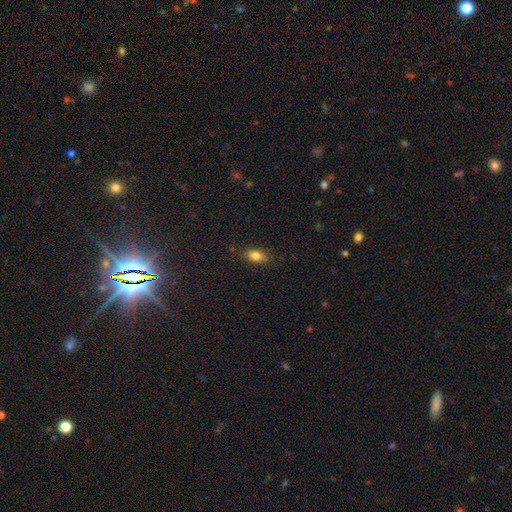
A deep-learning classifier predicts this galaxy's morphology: Smooth or featured? smooth (80%)
How rounded? in between (83%)
Merging? none (80%)